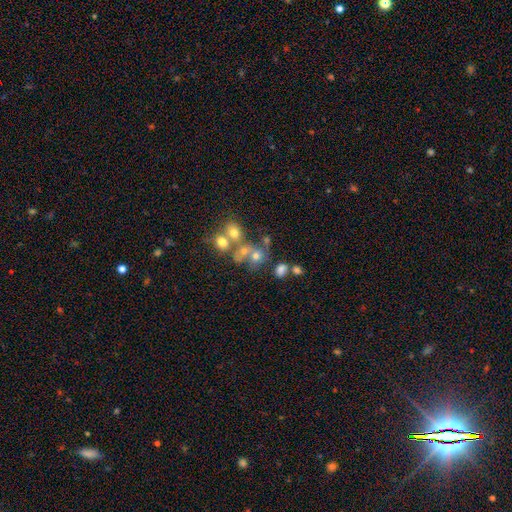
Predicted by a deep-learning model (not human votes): Smooth or featured? smooth (54%)
How rounded? round (59%)
Merging? merger (46%)